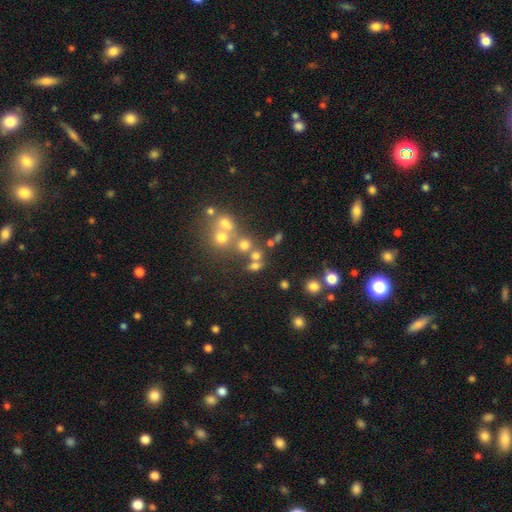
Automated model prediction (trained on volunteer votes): Smooth or featured? smooth (63%)
How rounded? round (73%)
Merging? none (55%)